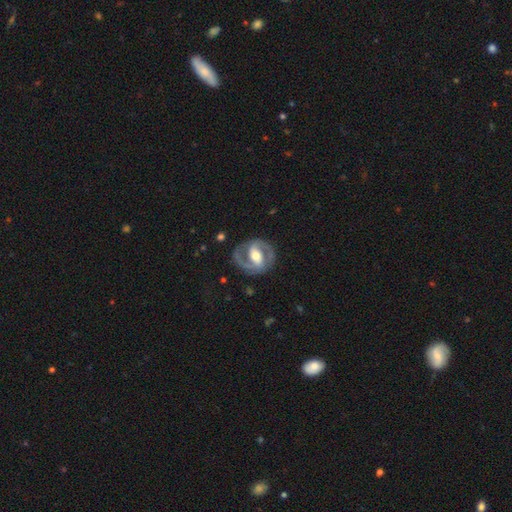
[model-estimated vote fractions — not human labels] Smooth or featured? Predicted: featured or disk (p=0.85). Edge-on disk? Predicted: no (p=0.97). Bar? Predicted: strong (p=0.48). Spiral arms? Predicted: yes (p=0.89). Spiral winding? Predicted: medium (p=0.52). Spiral arm count? Predicted: 2 (p=0.90). Bulge size? Predicted: moderate (p=0.70). Merging? Predicted: none (p=0.81).